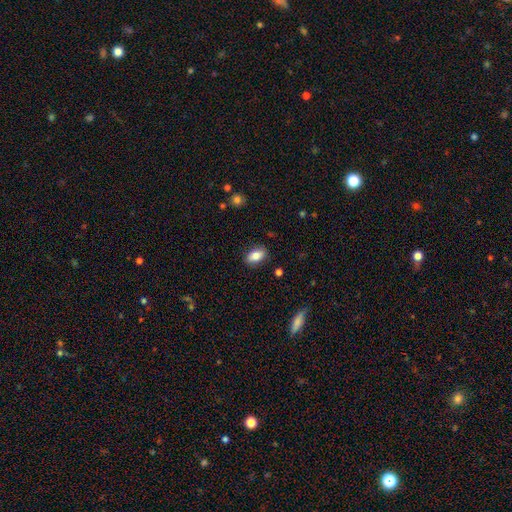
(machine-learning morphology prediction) type=smooth (82%); roundness=in between (88%); merging=none (86%).